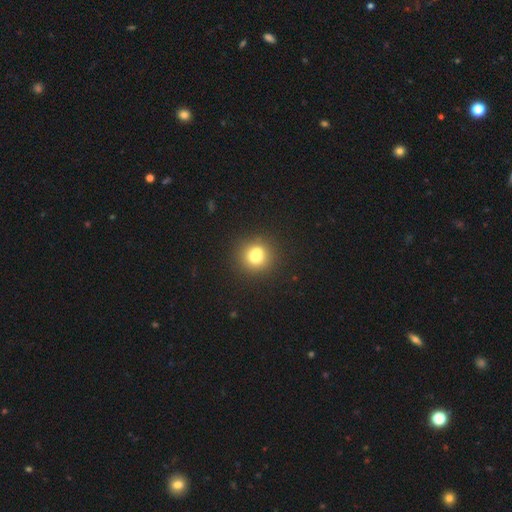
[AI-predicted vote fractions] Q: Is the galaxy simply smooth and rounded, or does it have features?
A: smooth — 70%.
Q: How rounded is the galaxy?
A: round — 88%.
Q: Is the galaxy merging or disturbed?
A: none — 53%.